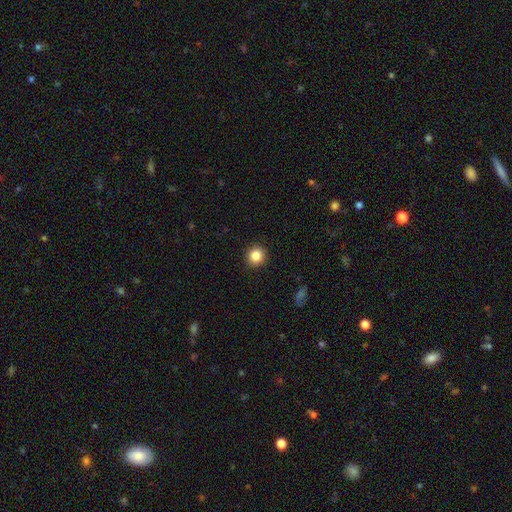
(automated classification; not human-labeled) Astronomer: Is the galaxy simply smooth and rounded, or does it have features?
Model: smooth — 85%.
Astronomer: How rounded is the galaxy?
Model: round — 92%.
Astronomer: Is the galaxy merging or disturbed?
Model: none — 92%.